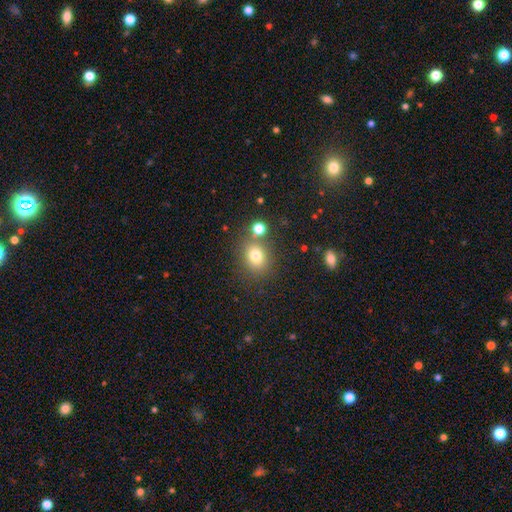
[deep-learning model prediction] smooth-or-featured: smooth: 77% | star or artifact: 14% | featured or disk: 9%
  how-rounded: round: 65% | in between: 34% | cigar-shaped: 1%
  merging: none: 70% | merger: 15% | minor disturbance: 11% | major disturbance: 4%